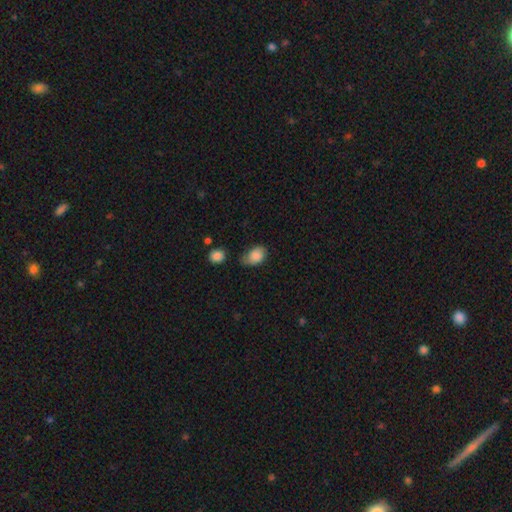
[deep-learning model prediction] Overall: smooth (81%). How rounded: in between (82%). Merging: none (45%; minor disturbance 38%).